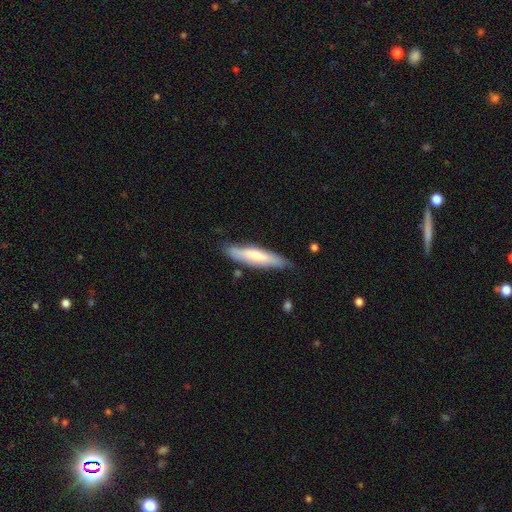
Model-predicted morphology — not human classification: This is likely a smooth galaxy (62%). How rounded: likely cigar-shaped (79%). Merging: likely none (78%).